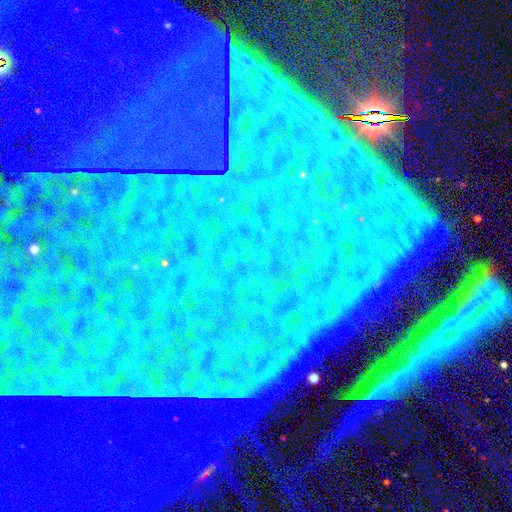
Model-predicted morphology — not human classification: Q: Smooth or featured?
A: star or artifact (86%); runner-up: featured or disk (7%)